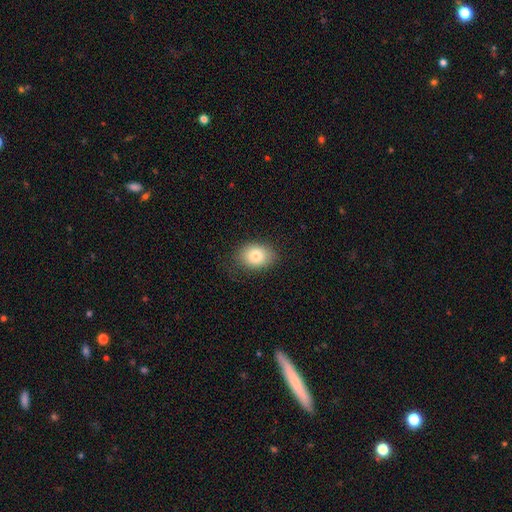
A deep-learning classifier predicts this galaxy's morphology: Smooth or featured: smooth — 81% (featured or disk — 11%)
How rounded: in between — 66% (round — 33%)
Merging: none — 79% (minor disturbance — 16%)